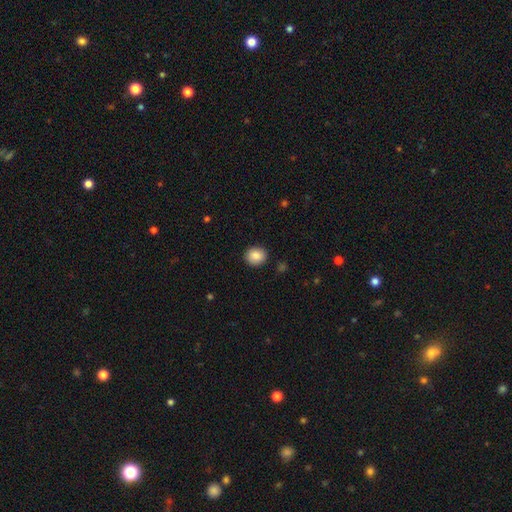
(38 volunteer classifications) smooth 92%, star or artifact 8%, featured or disk 0%. Down the decision tree: how rounded — round (77%); merging — none (89%).